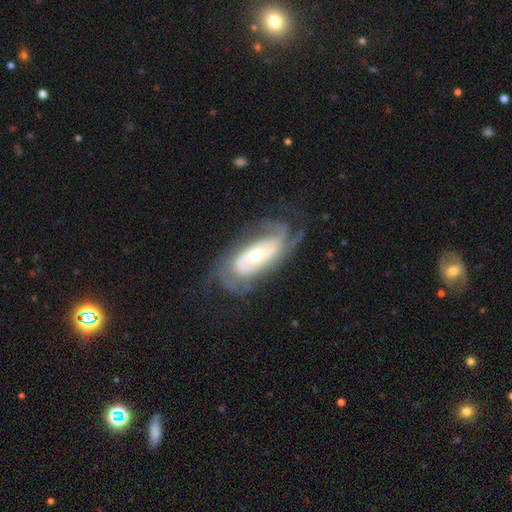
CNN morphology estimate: featured or disk 83%, smooth 11%, star or artifact 6%. Down the decision tree: edge-on disk — no (93%); bar — no (55%); spiral arms — yes (93%); spiral arm count — 2 (39%); spiral winding — tight (47%); bulge size — moderate (60%); merging — none (60%).